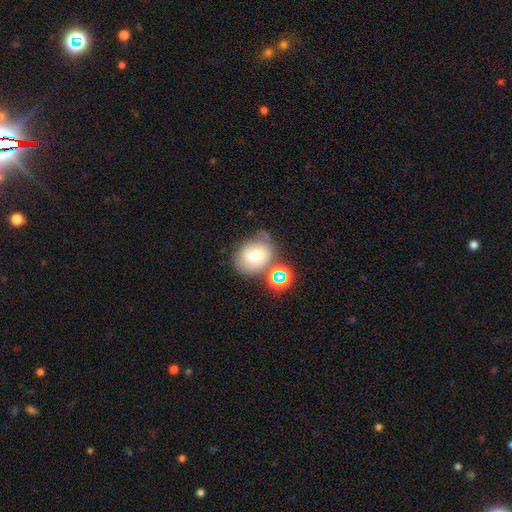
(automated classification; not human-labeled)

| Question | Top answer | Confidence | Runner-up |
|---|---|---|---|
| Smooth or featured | smooth | 57% | featured or disk (28%) |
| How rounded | in between | 51% | round (48%) |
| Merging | none | 50% | minor disturbance (24%) |